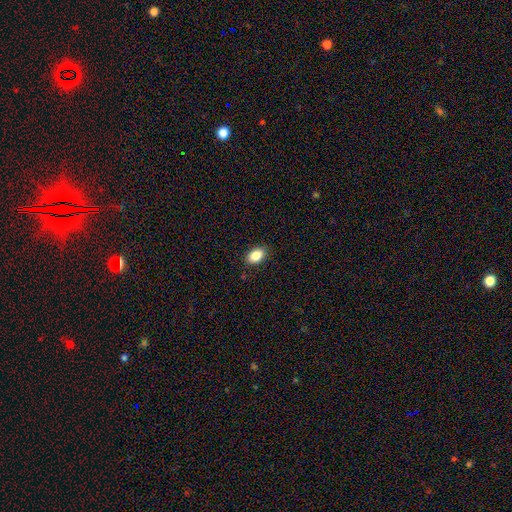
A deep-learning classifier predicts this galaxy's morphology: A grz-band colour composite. It shows a smooth galaxy with no disk features (86%) that is in between round and cigar-shaped (89%). Merging: none (89%).